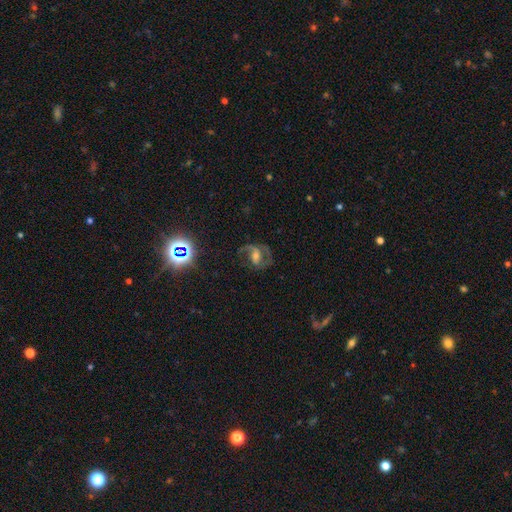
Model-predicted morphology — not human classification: This is likely a featured or disk galaxy (72%). It is clearly not viewed edge-on (96%). Bar: marginally weak (39%). Spiral arm pattern: clearly yes (88%). Spiral arm count: likely 2 (77%). Spiral winding: possibly medium (49%). Central bulge: possibly moderate (53%). Merging: possibly none (59%).